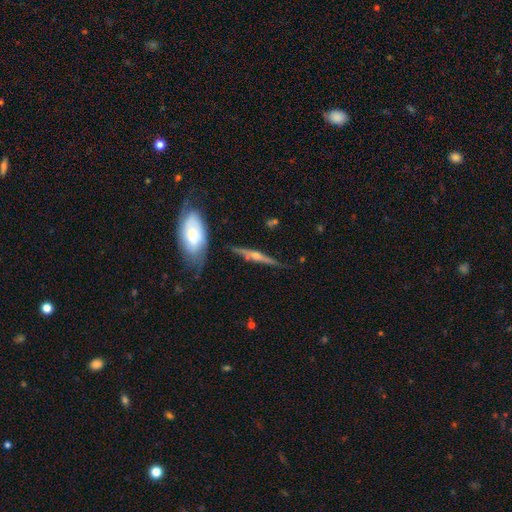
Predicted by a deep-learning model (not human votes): Morphology: type=featured or disk (75%); edge-on=yes (94%); edge-on bulge=rounded (88%); merging=none (76%).